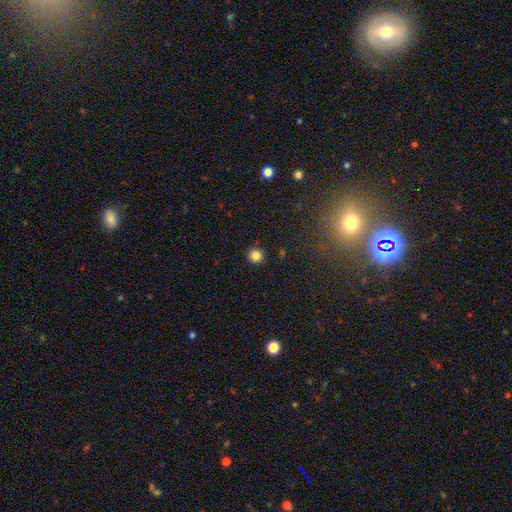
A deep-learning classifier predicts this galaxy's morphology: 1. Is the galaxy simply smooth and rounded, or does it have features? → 83% smooth, 13% star or artifact, 5% featured or disk.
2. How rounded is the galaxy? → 94% round, 5% in between, 1% cigar-shaped.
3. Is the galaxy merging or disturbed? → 91% none, 5% minor disturbance, 2% major disturbance, 1% merger.